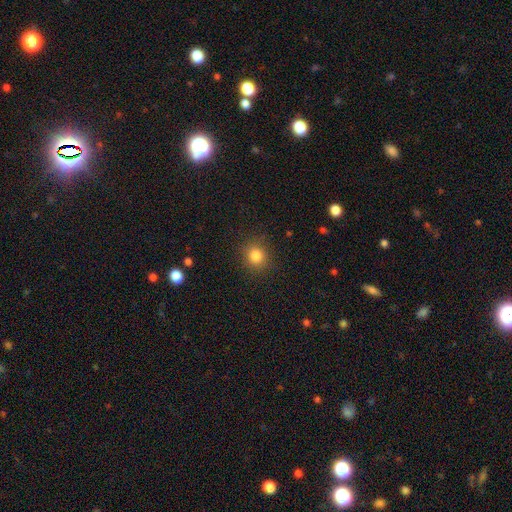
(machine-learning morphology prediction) A smooth galaxy with no disk features (83%) that is round (85%). Merging: none (88%).